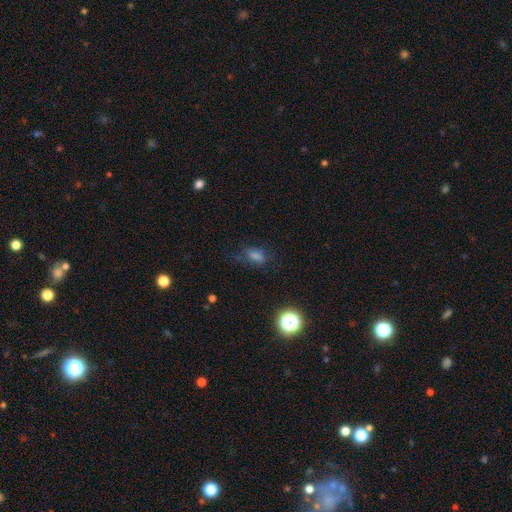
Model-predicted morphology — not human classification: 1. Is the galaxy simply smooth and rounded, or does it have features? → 62% smooth, 25% star or artifact, 13% featured or disk.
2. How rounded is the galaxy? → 75% in between, 18% round, 6% cigar-shaped.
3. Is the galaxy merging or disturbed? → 62% none, 23% minor disturbance, 12% major disturbance, 3% merger.